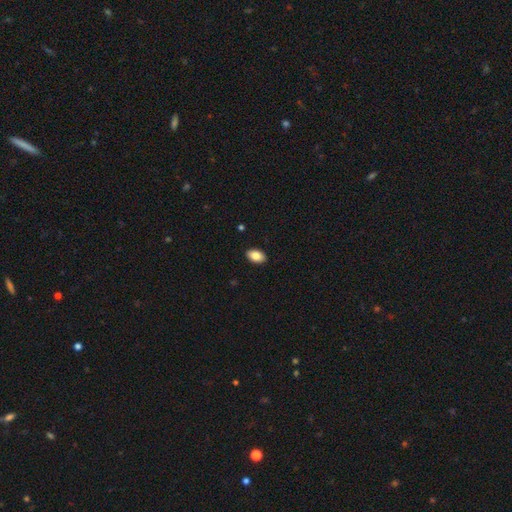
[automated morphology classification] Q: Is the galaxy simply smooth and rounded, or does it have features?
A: smooth — 86%.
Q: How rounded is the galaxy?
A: in between — 93%.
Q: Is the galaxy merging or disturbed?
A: none — 90%.